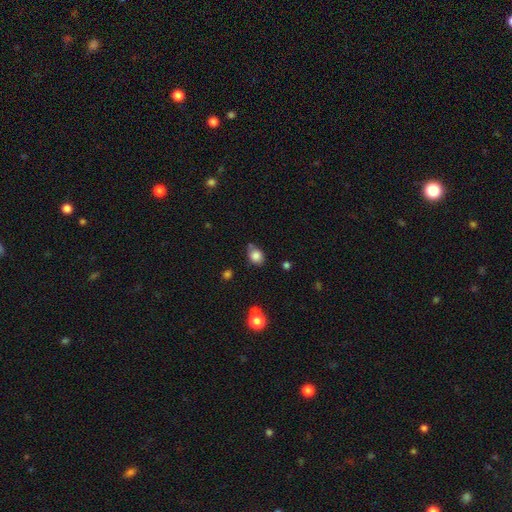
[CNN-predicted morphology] smooth_or_featured: smooth (p=0.83) [alt: star or artifact p=0.11]
how_rounded: round (p=0.53) [alt: in between p=0.46]
merging: none (p=0.68) [alt: minor disturbance p=0.19]